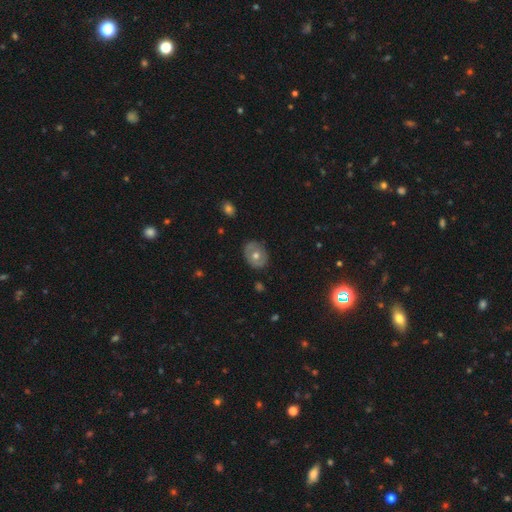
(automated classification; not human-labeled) smooth 48%, featured or disk 41%, star or artifact 11%. Down the decision tree: merging — none (82%).